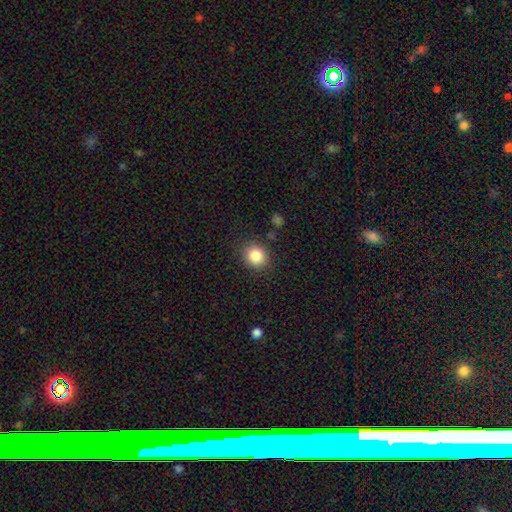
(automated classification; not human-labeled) smooth_or_featured: smooth (p=0.85) [alt: star or artifact p=0.10]
how_rounded: round (p=0.78) [alt: in between p=0.21]
merging: none (p=0.85) [alt: minor disturbance p=0.10]